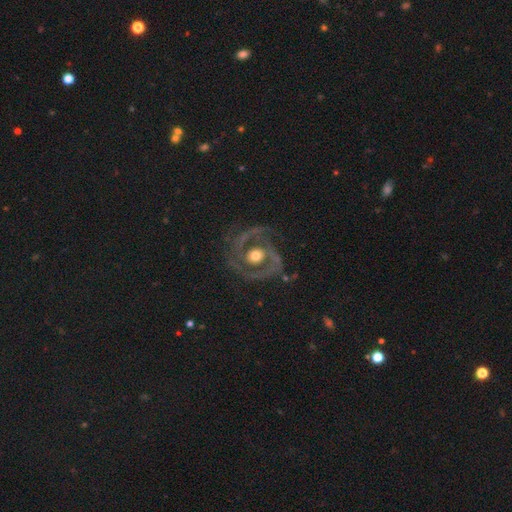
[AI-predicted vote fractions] This is clearly a featured or disk galaxy (86%). It is clearly not viewed edge-on (97%). Bar: likely no (72%). Spiral arm pattern: clearly yes (87%). Spiral arm count: likely 2 (67%). Spiral winding: possibly tight (46%). Central bulge: likely moderate (71%). Merging: likely none (74%).